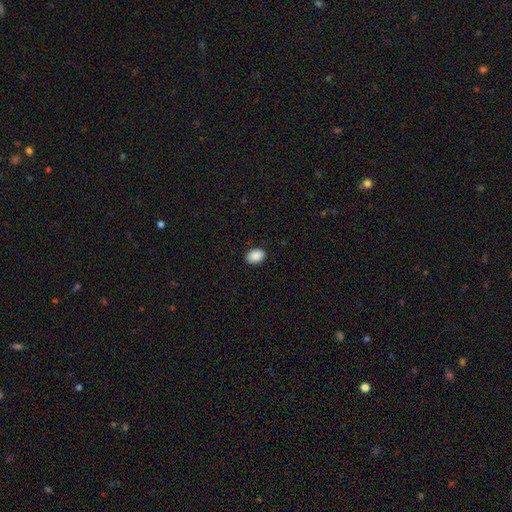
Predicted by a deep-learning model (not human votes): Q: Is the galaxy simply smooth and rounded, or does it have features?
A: smooth — 89%.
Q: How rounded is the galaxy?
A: in between — 83%.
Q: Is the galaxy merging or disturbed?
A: none — 89%.